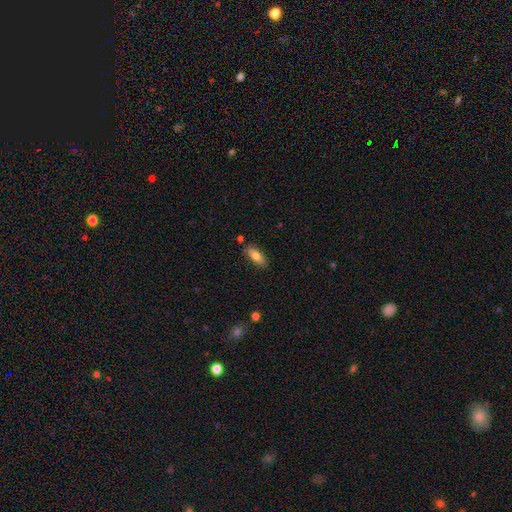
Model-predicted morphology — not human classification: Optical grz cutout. It shows a smooth galaxy with no disk features (76%) that is in between round and cigar-shaped (72%). Merging: none (80%).